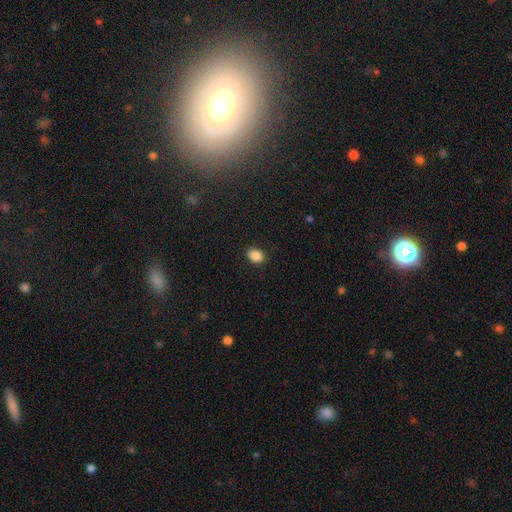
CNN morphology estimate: smooth_or_featured: smooth (p=0.88) [alt: star or artifact p=0.09]
how_rounded: in between (p=0.67) [alt: round p=0.32]
merging: none (p=0.88) [alt: minor disturbance p=0.08]